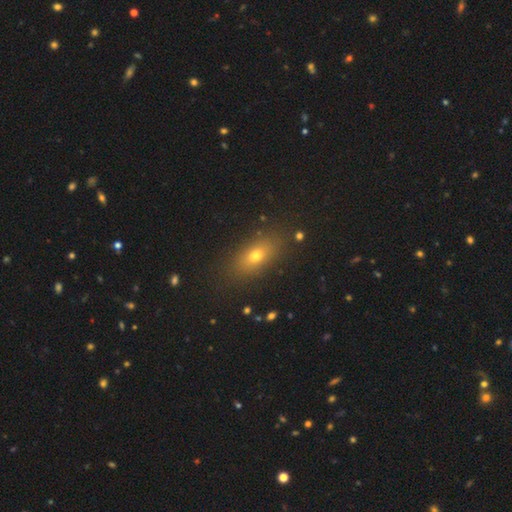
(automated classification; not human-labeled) Q: Smooth or featured?
A: smooth (70%); runner-up: featured or disk (15%)
Q: How rounded?
A: in between (77%); runner-up: round (13%)
Q: Merging?
A: none (85%); runner-up: minor disturbance (9%)